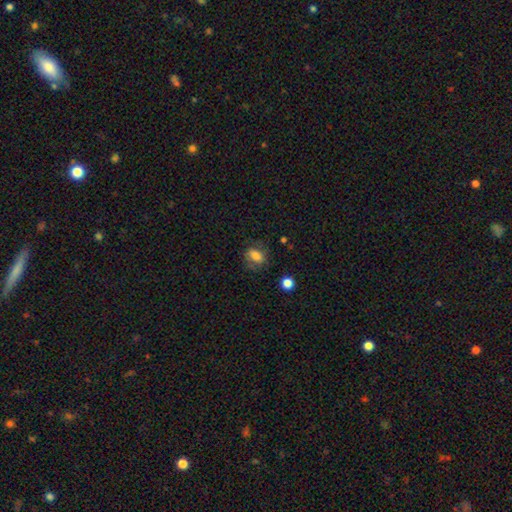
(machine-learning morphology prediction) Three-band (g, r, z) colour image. It shows a smooth galaxy with no disk features (70%) that is in between round and cigar-shaped (64%). Merging: none (66%).